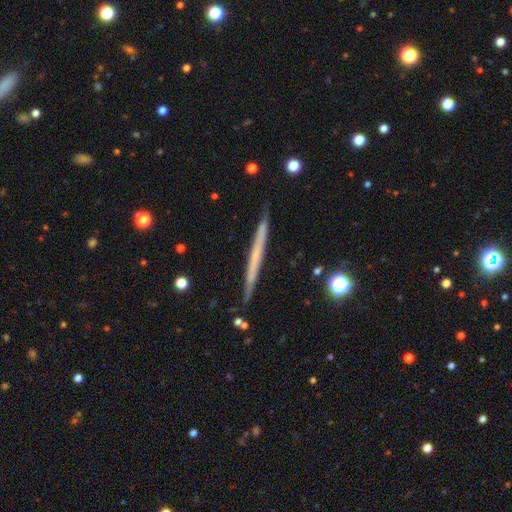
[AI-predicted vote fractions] Smooth or featured? featured or disk (54%)
Edge-on disk? yes (97%)
Edge-on bulge? none (90%)
Merging? none (89%)